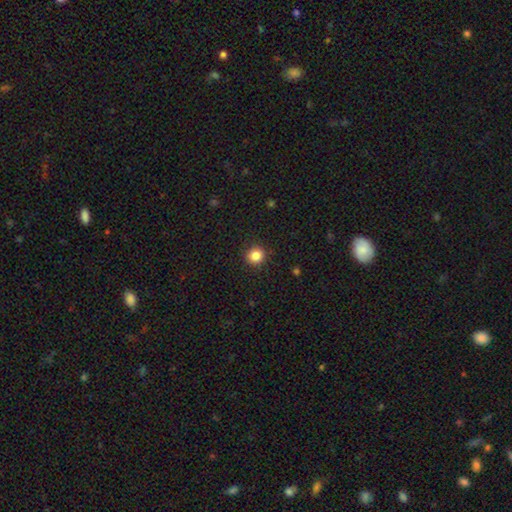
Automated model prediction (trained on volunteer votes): A smooth galaxy with no disk features (85%) that is round (89%). Merging: none (91%).